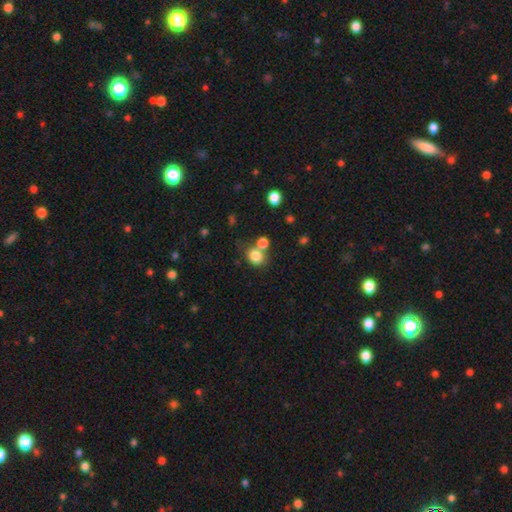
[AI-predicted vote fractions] Smooth or featured? Predicted: smooth (p=0.81). How rounded? Predicted: round (p=0.61). Merging? Predicted: none (p=0.52).